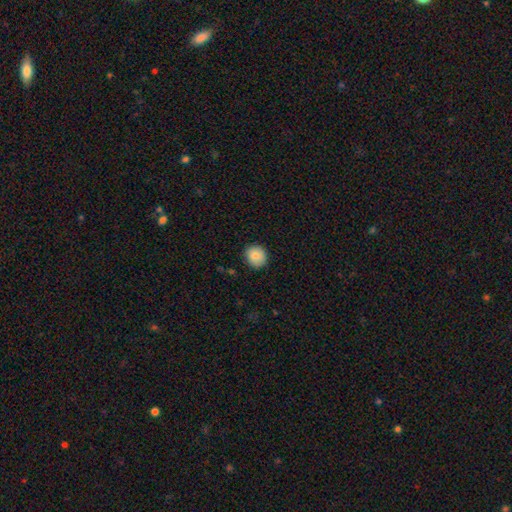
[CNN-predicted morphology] The model was most divided on "how rounded": round: 86%, in between: 13%, cigar-shaped: 1%. More confident: merging — none (88%); smooth or featured — smooth (86%).